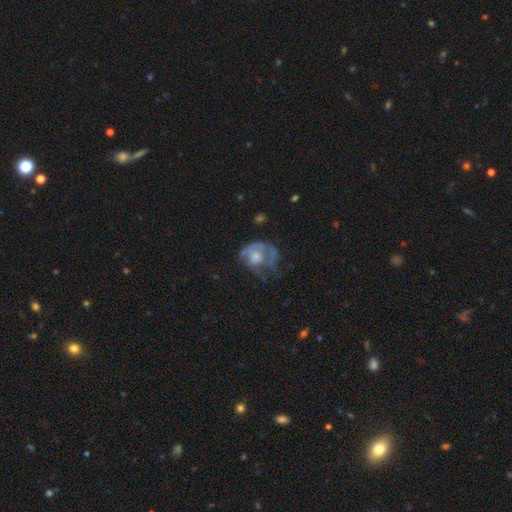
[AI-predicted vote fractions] The model was most divided on "smooth or featured": featured or disk: 52%, smooth: 39%, star or artifact: 9%. Remaining: edge-on disk — no (97%); bar — no (84%); spiral arms — no (61%); bulge size — moderate (46%); merging — major disturbance (46%).